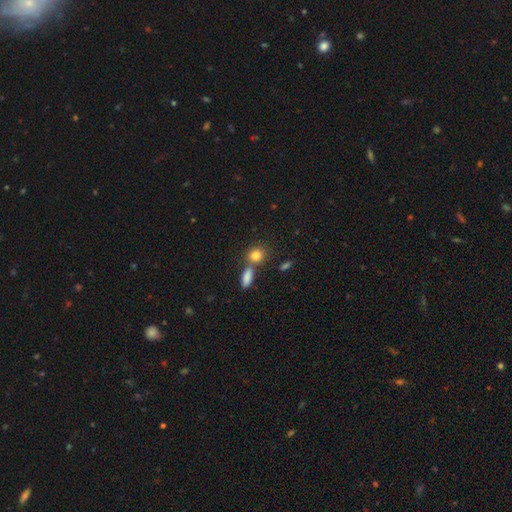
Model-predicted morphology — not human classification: The model was most divided on "merging": none: 55%, merger: 31%, minor disturbance: 10%, major disturbance: 4%. More confident: smooth or featured — smooth (83%); how rounded — round (62%).